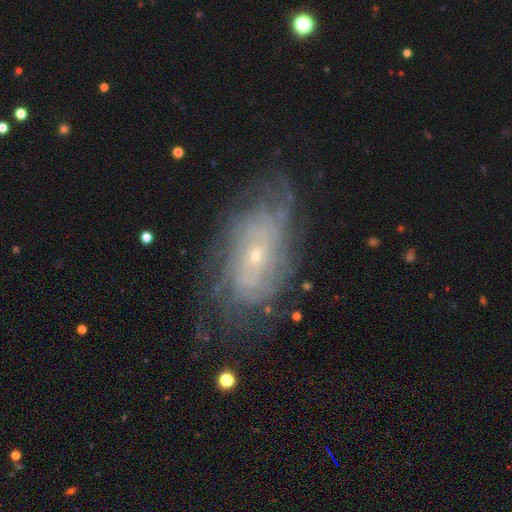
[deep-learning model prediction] Smooth or featured? Predicted: featured or disk (p=0.76). Edge-on disk? Predicted: no (p=0.93). Bar? Predicted: no (p=0.75). Spiral arms? Predicted: yes (p=0.85). Spiral winding? Predicted: tight (p=0.66). Spiral arm count? Predicted: can't tell (p=0.57). Bulge size? Predicted: small (p=0.82). Merging? Predicted: none (p=0.70).